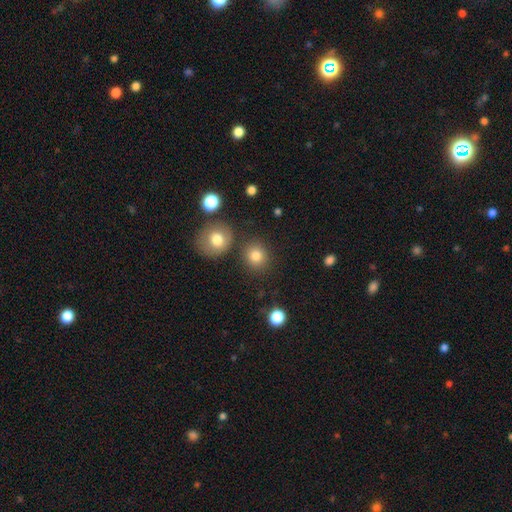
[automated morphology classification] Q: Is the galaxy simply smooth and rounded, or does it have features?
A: smooth — 81%.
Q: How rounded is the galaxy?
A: round — 83%.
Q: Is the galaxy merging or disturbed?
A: none — 81%.